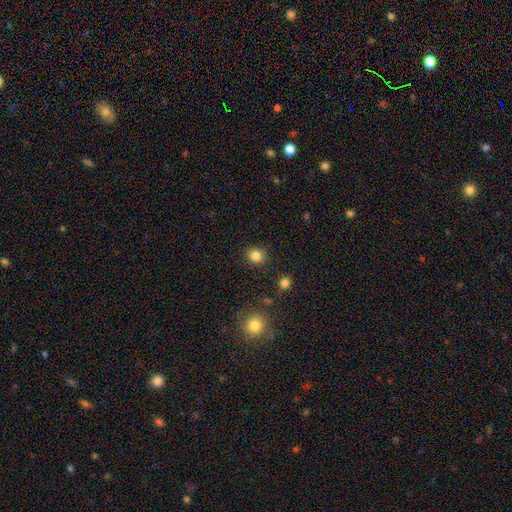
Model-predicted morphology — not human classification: Smooth or featured? Predicted: smooth (p=0.84). How rounded? Predicted: round (p=0.80). Merging? Predicted: none (p=0.89).